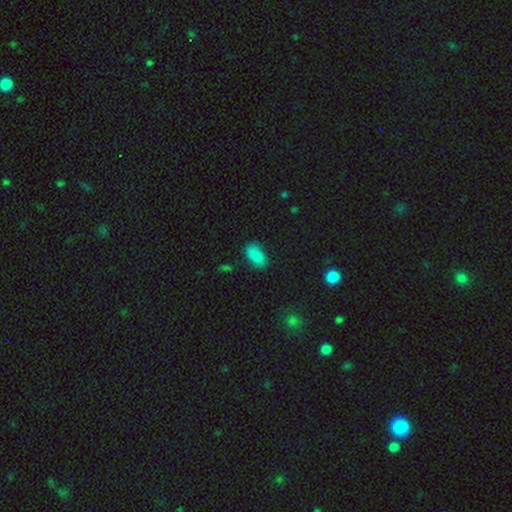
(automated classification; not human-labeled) Smooth or featured? Predicted: smooth (p=0.85). How rounded? Predicted: in between (p=0.92). Merging? Predicted: none (p=0.78).